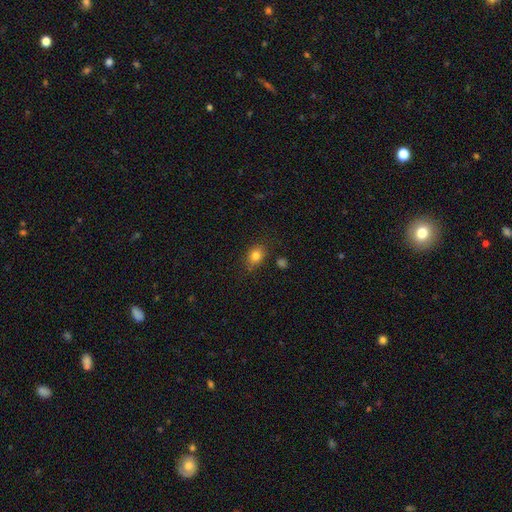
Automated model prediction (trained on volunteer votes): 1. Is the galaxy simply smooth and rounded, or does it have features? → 81% smooth, 11% star or artifact, 8% featured or disk.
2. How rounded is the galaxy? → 59% in between, 40% round, 1% cigar-shaped.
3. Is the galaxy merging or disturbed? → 78% none, 15% minor disturbance, 4% major disturbance, 3% merger.